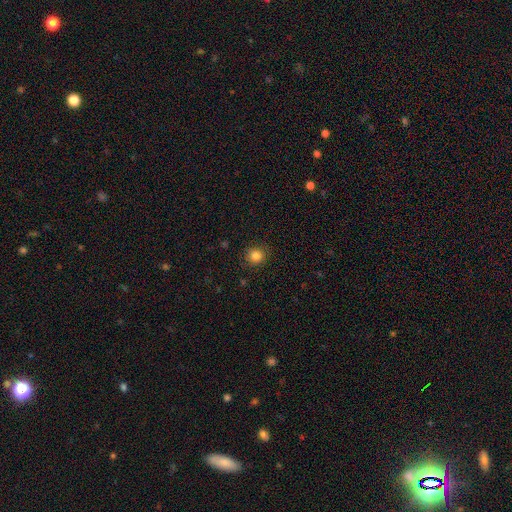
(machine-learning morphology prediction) A smooth galaxy with no disk features (84%) that is round (89%). Merging: none (88%).